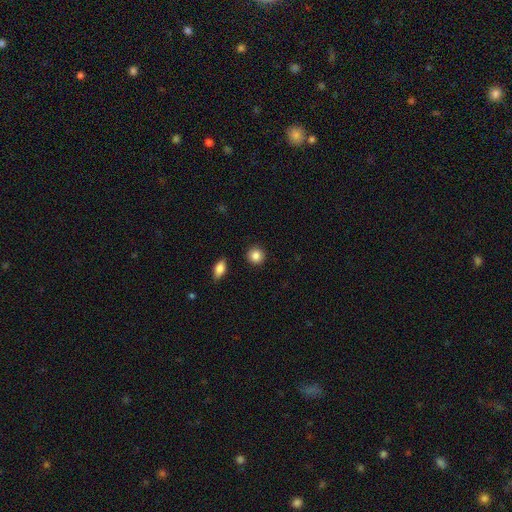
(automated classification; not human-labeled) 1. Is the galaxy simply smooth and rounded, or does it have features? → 87% smooth, 8% star or artifact, 5% featured or disk.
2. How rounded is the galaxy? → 89% round, 10% in between, 1% cigar-shaped.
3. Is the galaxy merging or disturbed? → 90% none, 6% minor disturbance, 2% major disturbance, 2% merger.